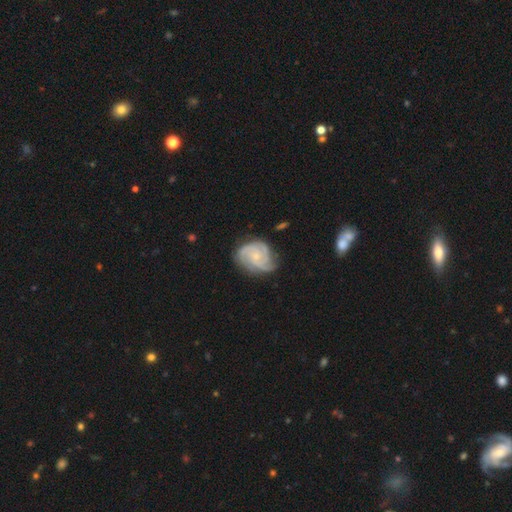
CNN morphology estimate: This is clearly a featured or disk galaxy (87%). It is clearly not viewed edge-on (98%). Bar: likely no (74%). Spiral arm pattern: clearly yes (98%). Spiral arm count: possibly 3 (58%). Spiral winding: possibly tight (57%). Central bulge: likely small (71%). Merging: likely none (68%).